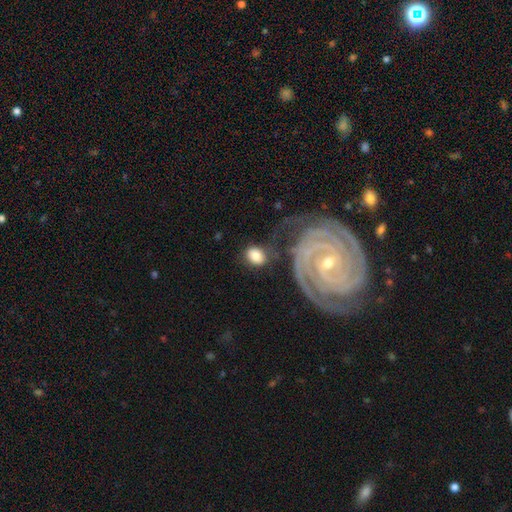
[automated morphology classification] Smooth or featured?
  - smooth: 69% *
  - featured or disk: 25%
  - star or artifact: 7%
How rounded?
  - in between: 55% *
  - round: 43%
  - cigar-shaped: 1%
Merging?
  - none: 60% *
  - minor disturbance: 18%
  - major disturbance: 11%
  - merger: 11%